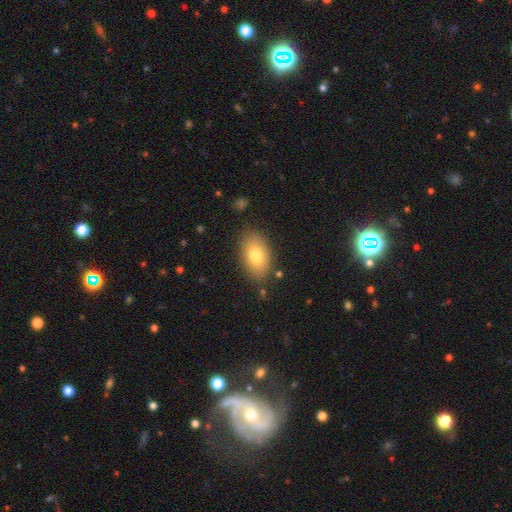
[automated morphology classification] smooth-or-featured: smooth: 78% | featured or disk: 14% | star or artifact: 8%
  how-rounded: in between: 91% | round: 8% | cigar-shaped: 2%
  merging: none: 84% | minor disturbance: 11% | major disturbance: 3% | merger: 2%